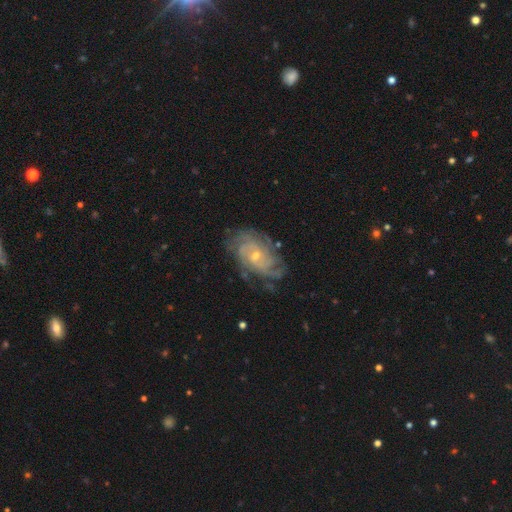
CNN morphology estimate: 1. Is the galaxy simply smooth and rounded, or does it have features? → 86% featured or disk, 8% smooth, 7% star or artifact.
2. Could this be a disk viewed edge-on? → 96% no, 4% yes.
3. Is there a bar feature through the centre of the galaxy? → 69% no, 26% weak, 5% strong.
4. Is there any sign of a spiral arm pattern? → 96% yes, 4% no.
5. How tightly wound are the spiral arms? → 64% tight, 29% medium, 7% loose.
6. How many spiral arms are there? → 33% can't tell, 21% 4, 16% 3, 14% 2, 10% more than 4, 7% 1.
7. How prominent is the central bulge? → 66% small, 31% moderate, 1% none, 1% large, 1% dominant.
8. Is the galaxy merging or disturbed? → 74% none, 17% minor disturbance, 7% major disturbance, 1% merger.